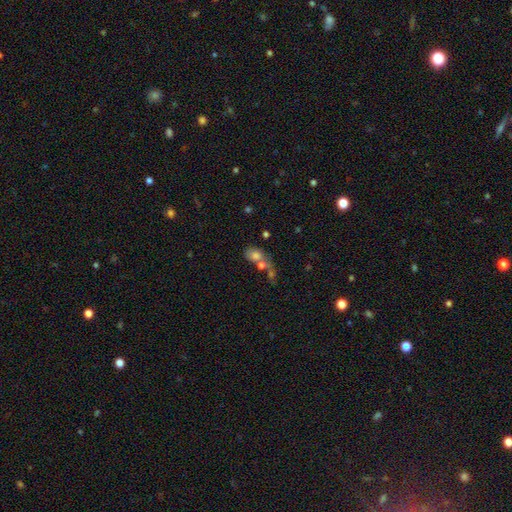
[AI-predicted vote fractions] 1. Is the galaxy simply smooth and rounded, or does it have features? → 68% smooth, 20% featured or disk, 11% star or artifact.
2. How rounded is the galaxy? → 69% in between, 28% round, 3% cigar-shaped.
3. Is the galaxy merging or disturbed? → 60% merger, 21% none, 10% major disturbance, 9% minor disturbance.